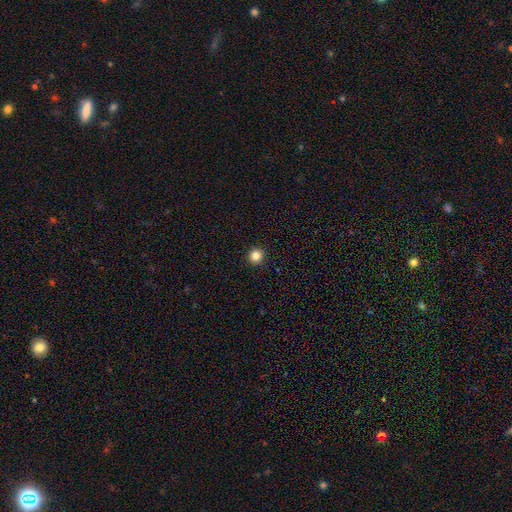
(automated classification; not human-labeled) Overall: smooth (84%). How rounded: round (95%). Merging: none (94%).